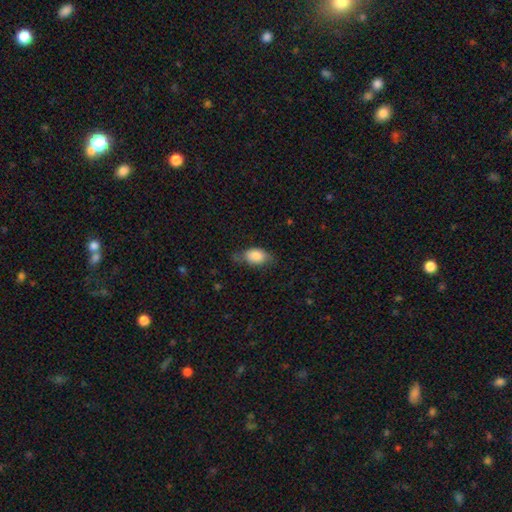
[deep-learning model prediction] A smooth galaxy with no disk features (81%) that is in between round and cigar-shaped (85%). Merging: none (56%).